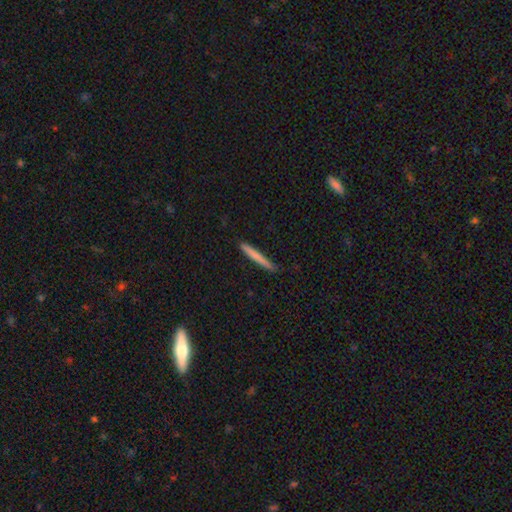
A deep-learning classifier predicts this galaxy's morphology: Smooth or featured: smooth — 74% (featured or disk — 21%)
How rounded: cigar-shaped — 97% (in between — 2%)
Merging: none — 87% (minor disturbance — 10%)